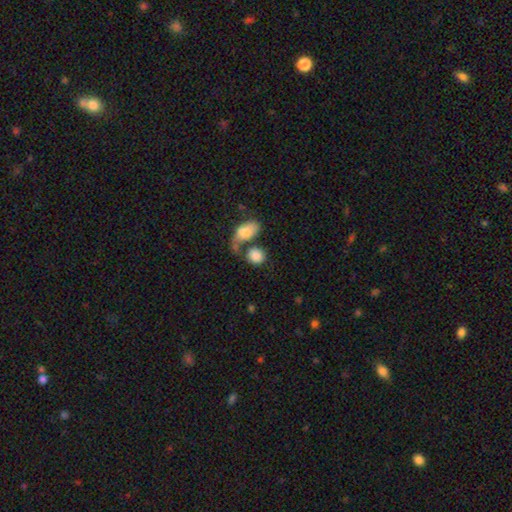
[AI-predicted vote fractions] smooth 84%, featured or disk 9%, star or artifact 8%. Down the decision tree: how rounded — round (61%); merging — none (40%).